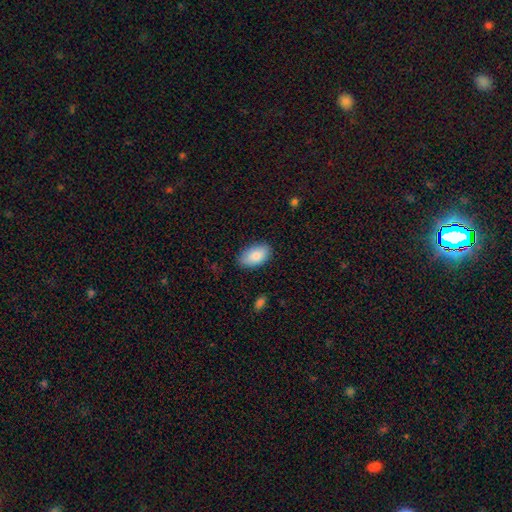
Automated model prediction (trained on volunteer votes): The model was most divided on "merging": none: 83%, minor disturbance: 13%, major disturbance: 3%, merger: 1%. More confident: how rounded — in between (94%); smooth or featured — smooth (86%).